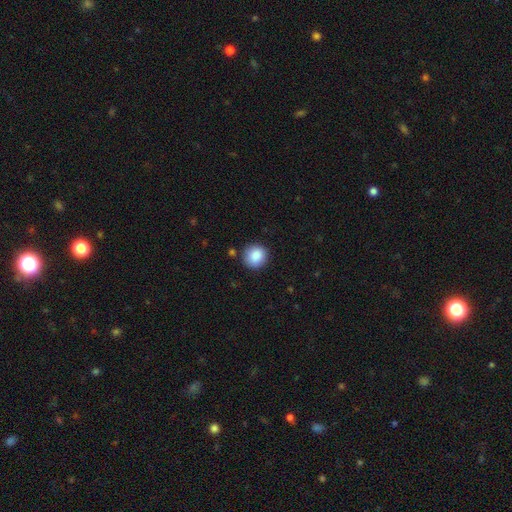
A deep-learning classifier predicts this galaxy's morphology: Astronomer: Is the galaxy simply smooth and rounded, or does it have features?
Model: smooth — 87%.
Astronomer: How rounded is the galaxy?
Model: round — 91%.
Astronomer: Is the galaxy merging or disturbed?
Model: none — 88%.